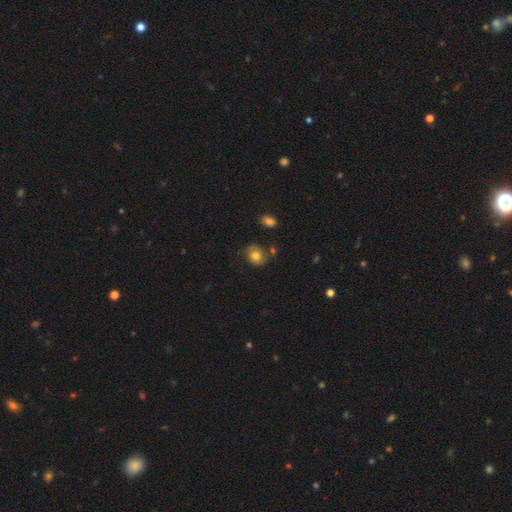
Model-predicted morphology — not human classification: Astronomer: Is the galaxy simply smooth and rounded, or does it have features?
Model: smooth — 69%.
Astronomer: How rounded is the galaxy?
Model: round — 62%.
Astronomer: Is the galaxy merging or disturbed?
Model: none — 67%.